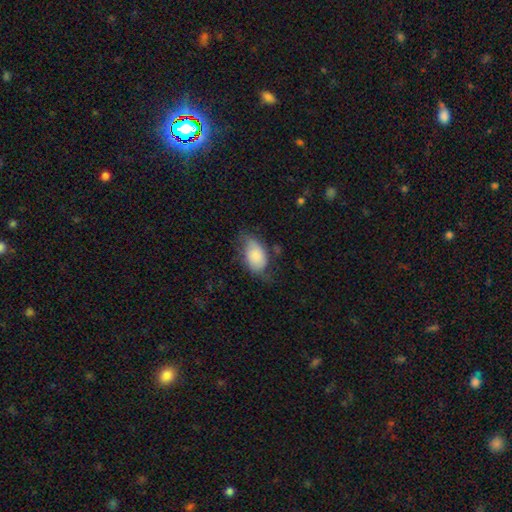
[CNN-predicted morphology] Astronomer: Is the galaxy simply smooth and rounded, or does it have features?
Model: smooth — 67%.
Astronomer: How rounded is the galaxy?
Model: in between — 90%.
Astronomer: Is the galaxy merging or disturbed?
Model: none — 45% (runner-up: minor disturbance, 33%).